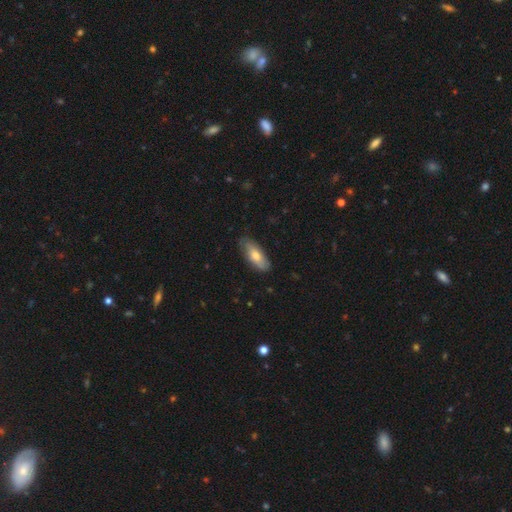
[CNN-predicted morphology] Smooth or featured? Predicted: smooth (p=0.67). How rounded? Predicted: in between (p=0.80). Merging? Predicted: none (p=0.78).